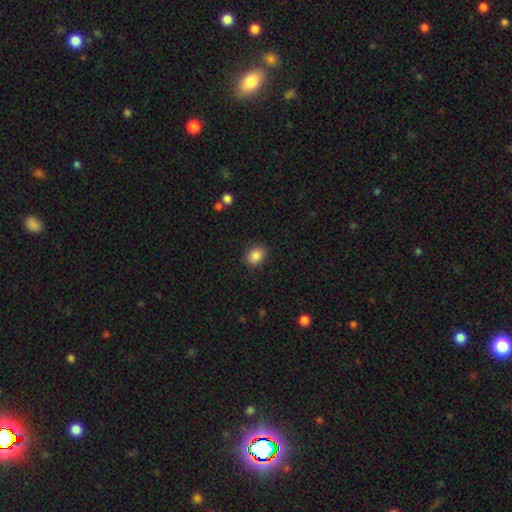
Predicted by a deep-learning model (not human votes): Q: Smooth or featured?
A: smooth (86%); runner-up: star or artifact (9%)
Q: How rounded?
A: round (51%); runner-up: in between (48%)
Q: Merging?
A: none (87%); runner-up: minor disturbance (9%)